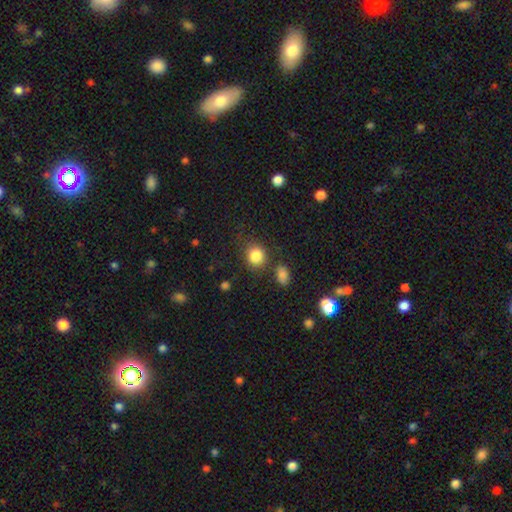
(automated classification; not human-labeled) A smooth galaxy with no disk features (84%) that is round (78%).

Vote fractions:
- Smooth or featured? smooth: 84% / star or artifact: 10% / featured or disk: 5%
- How rounded? round: 78% / in between: 21% / cigar-shaped: 1%
- Merging? none: 75% / minor disturbance: 13% / merger: 7% / major disturbance: 5%